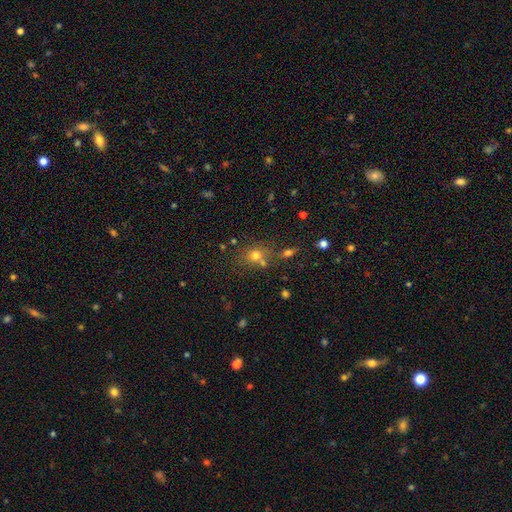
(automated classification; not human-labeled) smooth-or-featured: smooth: 68% | star or artifact: 21% | featured or disk: 12%
  how-rounded: round: 68% | in between: 31% | cigar-shaped: 1%
  merging: none: 61% | merger: 22% | minor disturbance: 12% | major disturbance: 5%